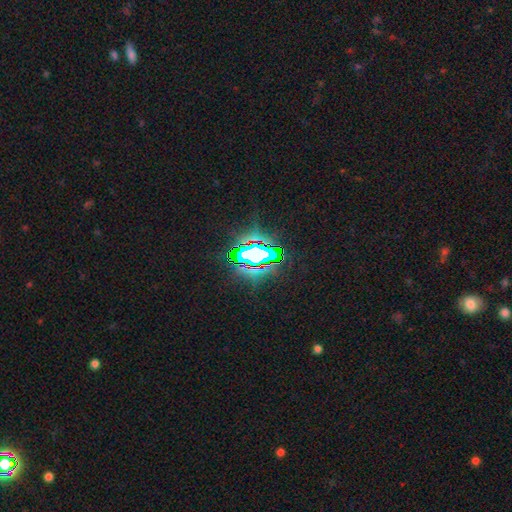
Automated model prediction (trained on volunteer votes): Smooth or featured: star or artifact — 71% (smooth — 16%)